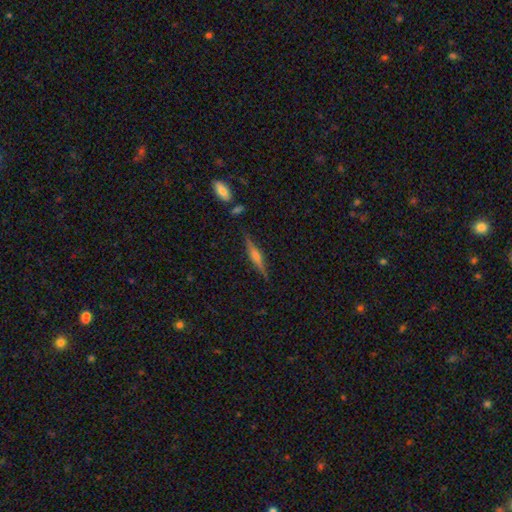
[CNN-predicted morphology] Smooth or featured?
  - featured or disk: 69% *
  - smooth: 23%
  - star or artifact: 8%
Edge-on disk?
  - yes: 97% *
  - no: 3%
Edge-on bulge?
  - rounded: 82% *
  - boxy: 11%
  - none: 7%
Merging?
  - none: 86% *
  - minor disturbance: 10%
  - merger: 2%
  - major disturbance: 2%